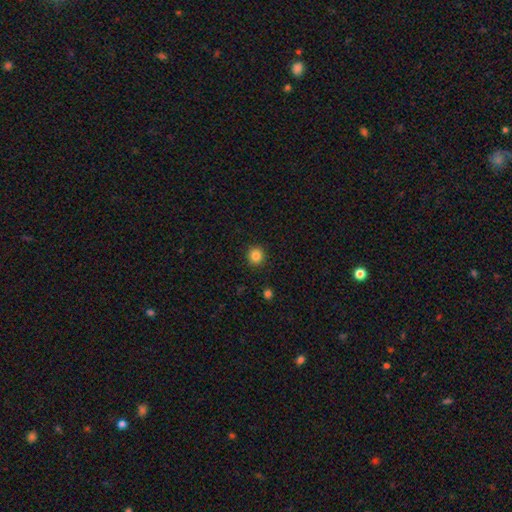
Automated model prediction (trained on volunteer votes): This is clearly a smooth galaxy (85%). How rounded: clearly round (92%). Merging: clearly none (92%).